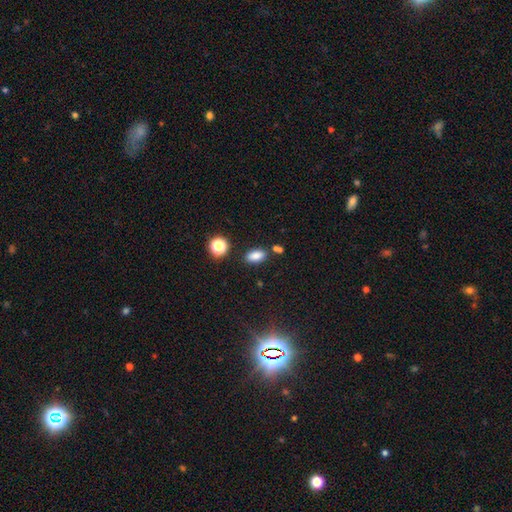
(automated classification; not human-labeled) A smooth galaxy with no disk features (83%) that is in between round and cigar-shaped (87%). Merging: none (79%).